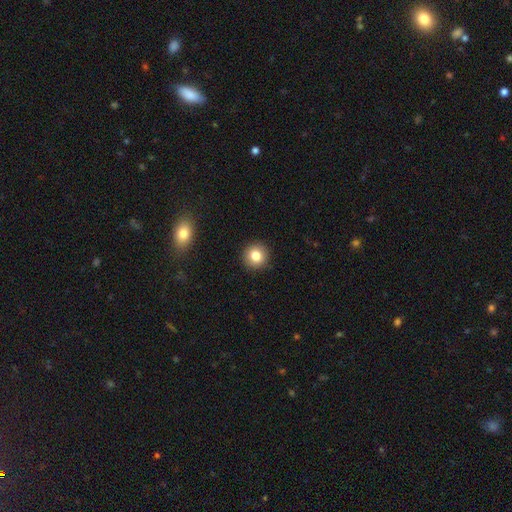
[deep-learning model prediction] A smooth galaxy with no disk features (82%) that is round (94%). Merging: none (92%).